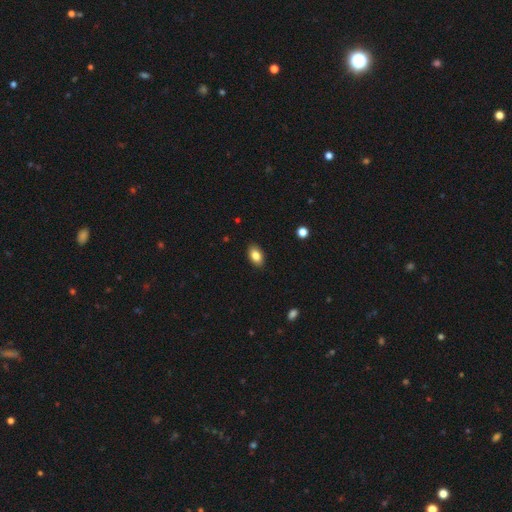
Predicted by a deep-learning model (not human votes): Smooth or featured: smooth — 84% (star or artifact — 8%)
How rounded: in between — 90% (round — 9%)
Merging: none — 89% (minor disturbance — 9%)